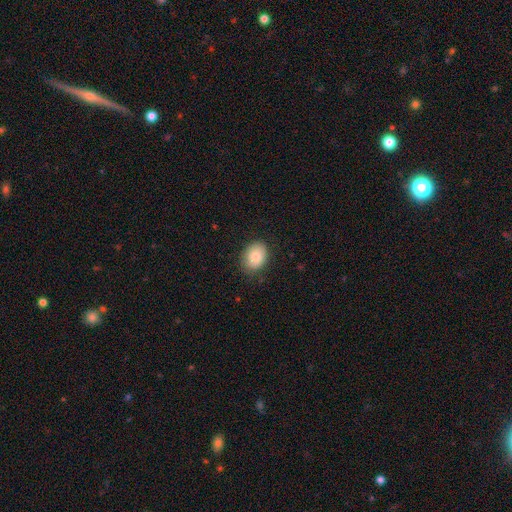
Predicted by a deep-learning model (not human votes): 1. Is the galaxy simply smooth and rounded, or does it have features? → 85% smooth, 8% featured or disk, 7% star or artifact.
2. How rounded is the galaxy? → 70% in between, 29% round, 1% cigar-shaped.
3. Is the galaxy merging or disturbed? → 83% none, 13% minor disturbance, 3% major disturbance, 1% merger.